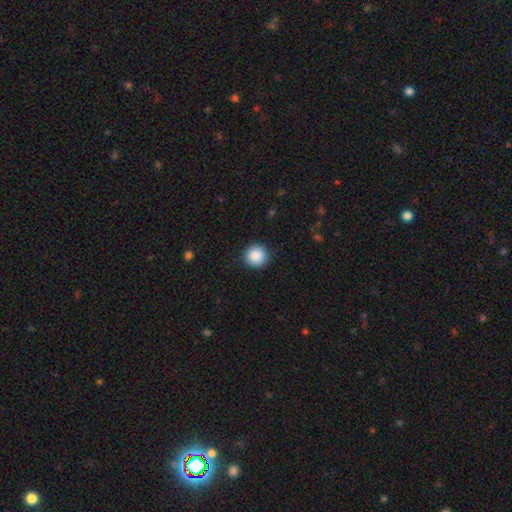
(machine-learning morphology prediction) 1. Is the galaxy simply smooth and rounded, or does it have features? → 88% smooth, 8% star or artifact, 3% featured or disk.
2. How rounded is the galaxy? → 94% round, 6% in between, 1% cigar-shaped.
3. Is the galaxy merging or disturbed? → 89% none, 7% minor disturbance, 2% major disturbance, 1% merger.